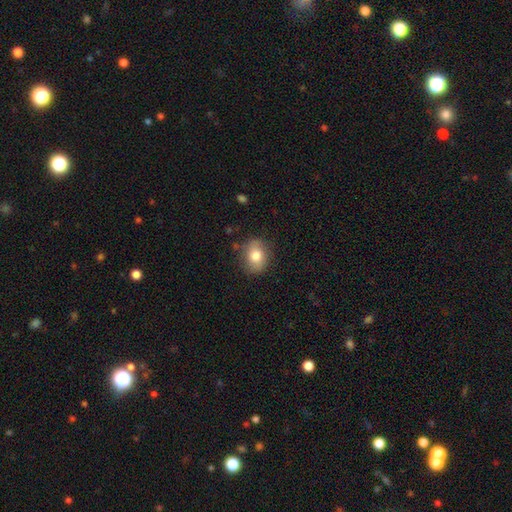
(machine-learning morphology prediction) A smooth galaxy with no disk features (77%) that is in between round and cigar-shaped (54%).

Vote fractions:
- Smooth or featured? smooth: 77% / featured or disk: 14% / star or artifact: 8%
- How rounded? in between: 54% / round: 45% / cigar-shaped: 1%
- Merging? none: 81% / minor disturbance: 14% / major disturbance: 3% / merger: 2%